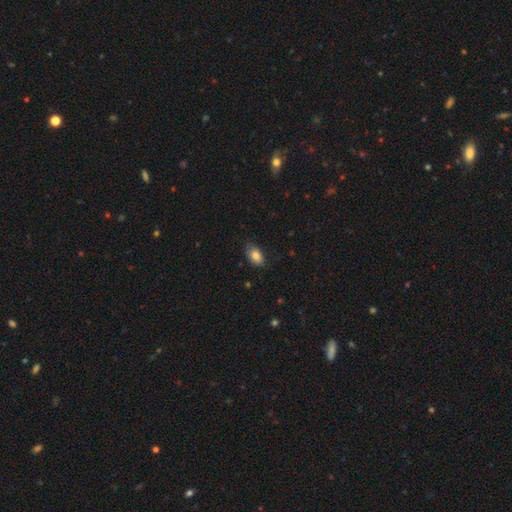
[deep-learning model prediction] Smooth or featured? smooth (82%)
How rounded? in between (90%)
Merging? none (75%)